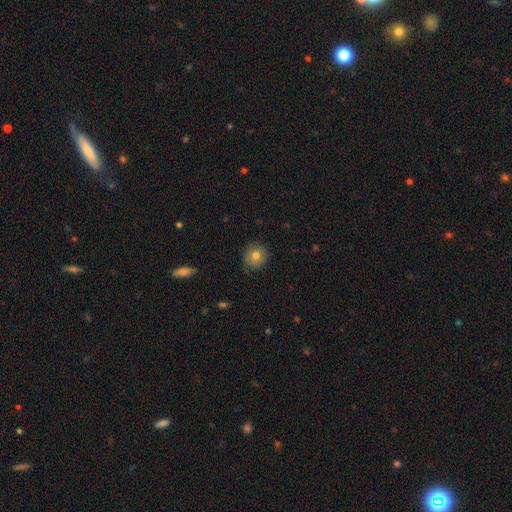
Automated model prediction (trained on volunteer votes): Smooth or featured?
  - smooth: 78% *
  - featured or disk: 12%
  - star or artifact: 10%
How rounded?
  - round: 91% *
  - in between: 8%
  - cigar-shaped: 1%
Merging?
  - none: 85% *
  - minor disturbance: 11%
  - major disturbance: 2%
  - merger: 1%